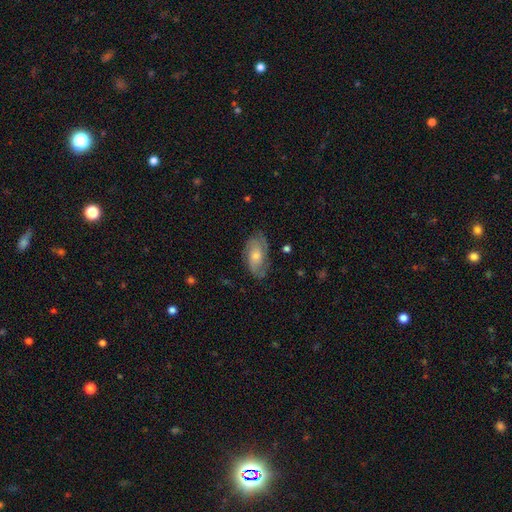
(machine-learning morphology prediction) The model was most divided on "bulge size": moderate: 54%, small: 37%, large: 5%, none: 3%, dominant: 1%. More confident: edge-on disk — no (93%); spiral arms — yes (85%); bar — no (74%); merging — none (73%); smooth or featured — featured or disk (61%).